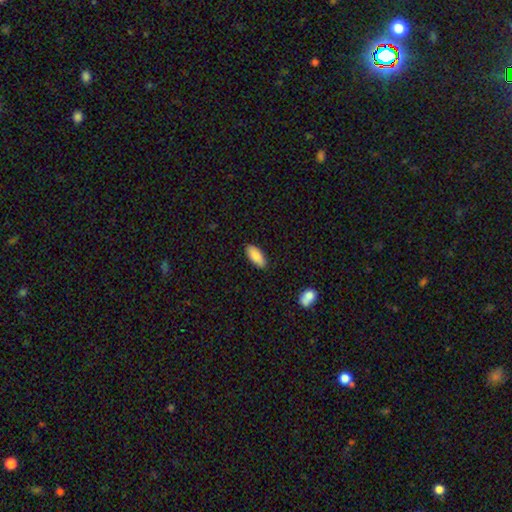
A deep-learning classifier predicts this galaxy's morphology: smooth-or-featured: smooth: 88% | featured or disk: 6% | star or artifact: 6%
  how-rounded: in between: 86% | cigar-shaped: 12% | round: 2%
  merging: none: 88% | minor disturbance: 9% | major disturbance: 2% | merger: 1%